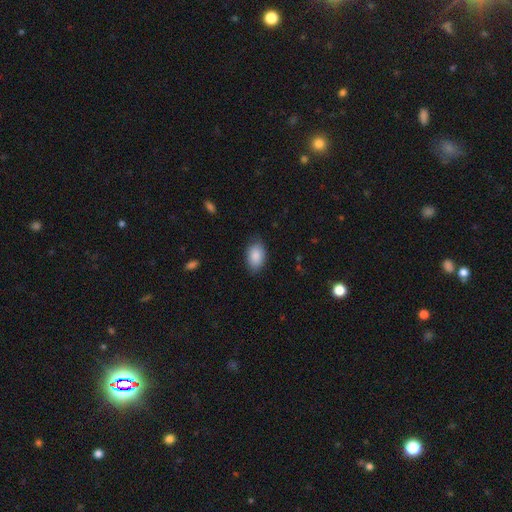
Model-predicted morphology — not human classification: Smooth or featured? smooth (89%)
How rounded? in between (91%)
Merging? none (83%)